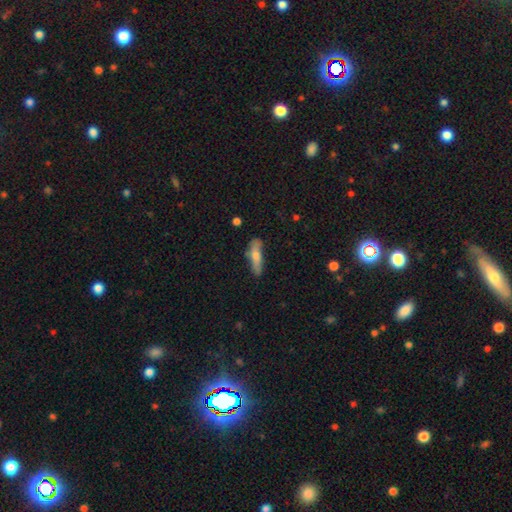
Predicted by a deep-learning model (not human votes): Smooth or featured: smooth — 63% (featured or disk — 29%)
How rounded: cigar-shaped — 64% (in between — 34%)
Merging: none — 64% (minor disturbance — 26%)